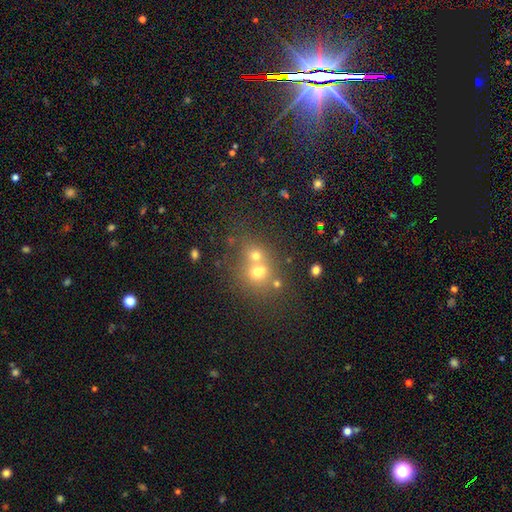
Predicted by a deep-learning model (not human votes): Smooth or featured?
  - smooth: 62% *
  - star or artifact: 20%
  - featured or disk: 18%
How rounded?
  - round: 74% *
  - in between: 25%
  - cigar-shaped: 1%
Merging?
  - merger: 51% *
  - none: 38%
  - minor disturbance: 7%
  - major disturbance: 4%